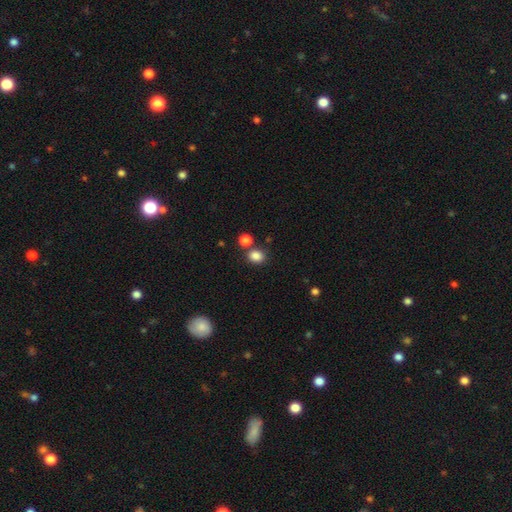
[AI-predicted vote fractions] Smooth or featured: smooth — 84% (star or artifact — 11%)
How rounded: round — 59% (in between — 40%)
Merging: none — 70% (merger — 16%)